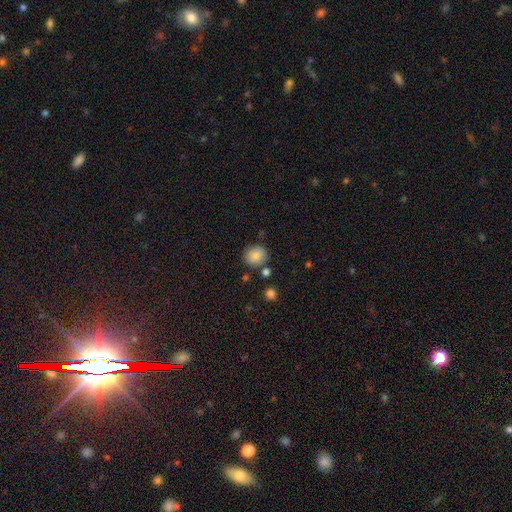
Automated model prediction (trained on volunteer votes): Q: Smooth or featured?
A: smooth (85%); runner-up: star or artifact (9%)
Q: How rounded?
A: round (83%); runner-up: in between (16%)
Q: Merging?
A: none (83%); runner-up: minor disturbance (9%)